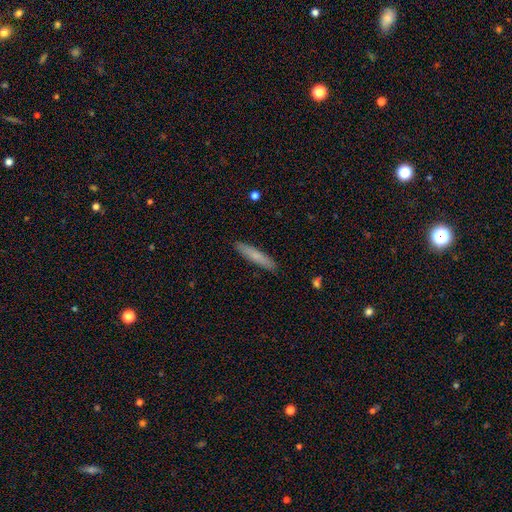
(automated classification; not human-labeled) This appears to be a smooth galaxy with no disk features (74%) that is cigar-shaped (91%). Merging: none (91%).